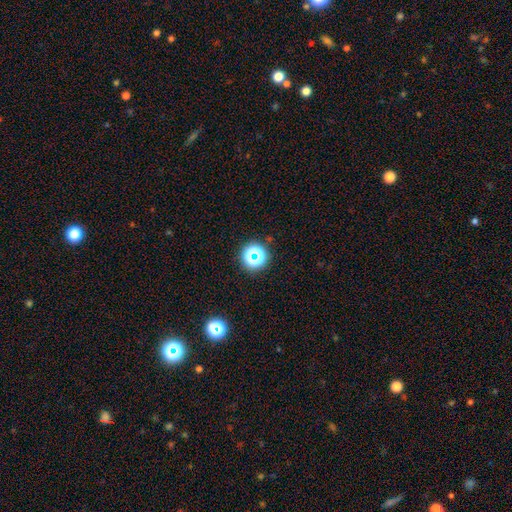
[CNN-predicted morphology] A star or artifact, not a galaxy (53%).